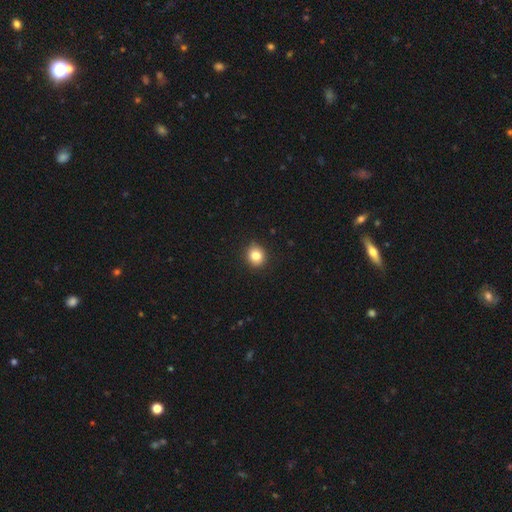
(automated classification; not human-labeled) Q: Smooth or featured?
A: smooth (83%); runner-up: star or artifact (11%)
Q: How rounded?
A: round (80%); runner-up: in between (19%)
Q: Merging?
A: none (89%); runner-up: minor disturbance (8%)